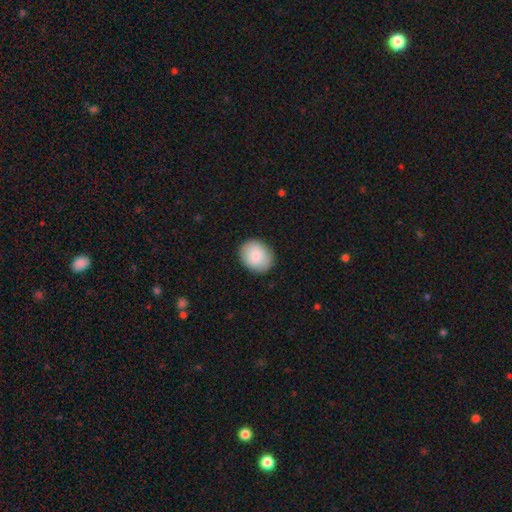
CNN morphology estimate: smooth_or_featured: smooth (p=0.84) [alt: featured or disk p=0.09]
how_rounded: in between (p=0.50) [tied with: round p=0.50]
merging: none (p=0.87) [alt: minor disturbance p=0.10]